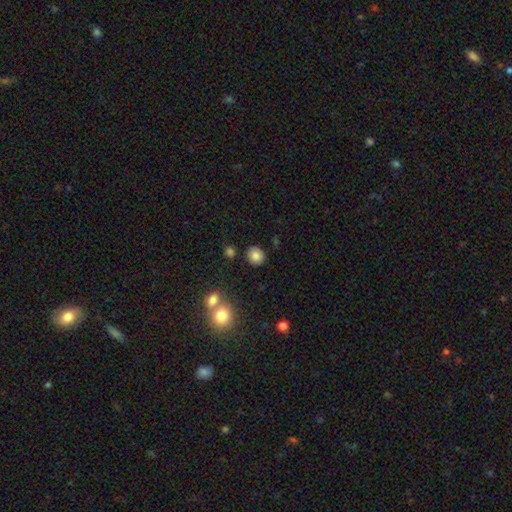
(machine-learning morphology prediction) smooth-or-featured: smooth: 82% | star or artifact: 11% | featured or disk: 7%
  how-rounded: round: 87% | in between: 12% | cigar-shaped: 1%
  merging: none: 87% | minor disturbance: 7% | merger: 4% | major disturbance: 2%